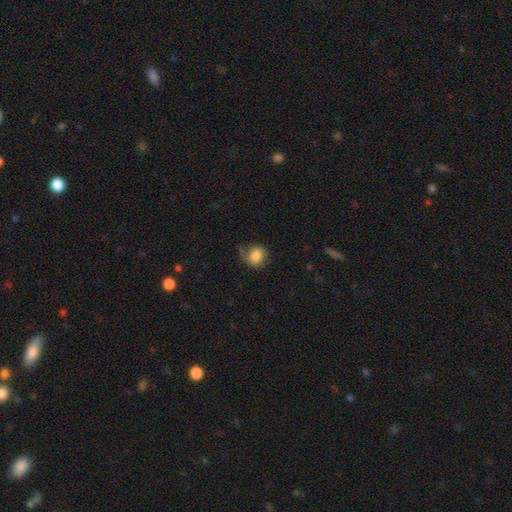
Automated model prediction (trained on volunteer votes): Morphology: type=smooth (81%); roundness=round (66%); merging=none (54%).